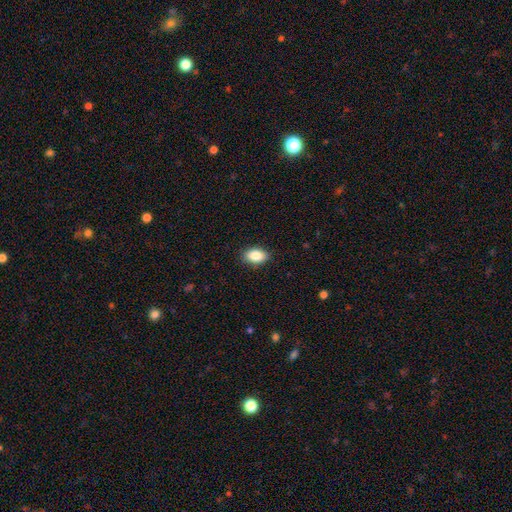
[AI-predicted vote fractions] Overall: smooth (87%). How rounded: in between (89%). Merging: none (88%).